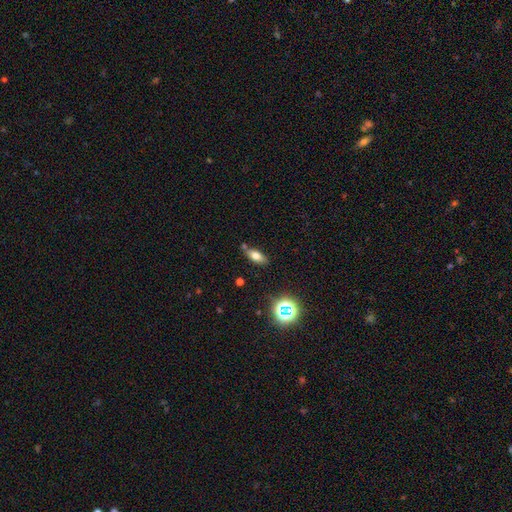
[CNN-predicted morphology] This is likely a smooth galaxy (67%). How rounded: likely in between (76%). Merging: likely none (74%).